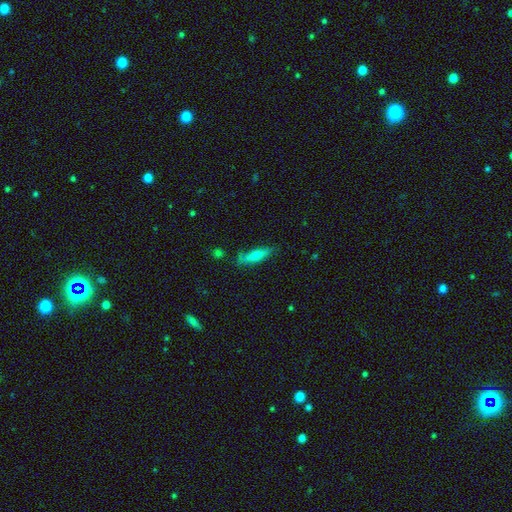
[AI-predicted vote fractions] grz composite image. It shows a smooth galaxy with no disk features (61%) that is cigar-shaped (68%). Merging: none (76%).